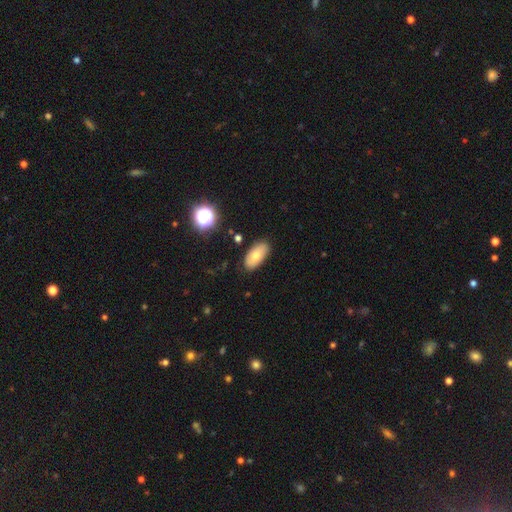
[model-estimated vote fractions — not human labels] Overall: smooth (72%). How rounded: in between (91%). Merging: none (85%).